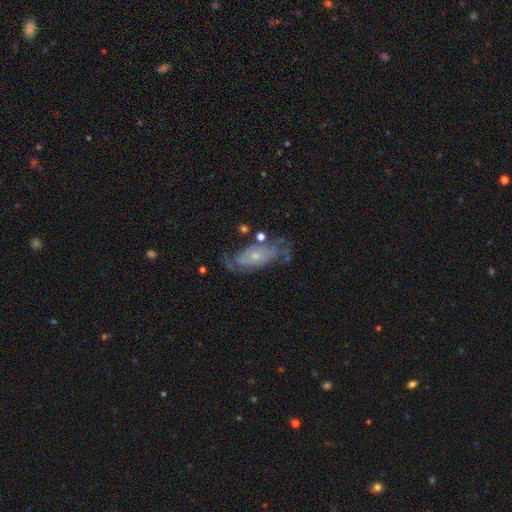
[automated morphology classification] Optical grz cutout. It shows a featured or disk galaxy (75%) with no bar (75%), 2 (52%) tight (43%) spiral arms (83%) and a small central bulge (69%). Merging: none (55%).